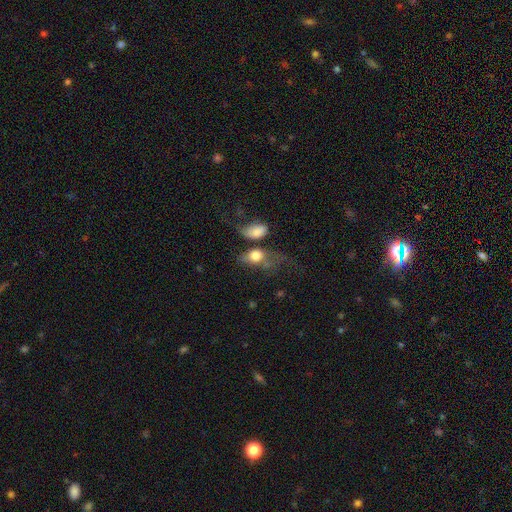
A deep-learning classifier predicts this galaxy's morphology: smooth 73%, featured or disk 19%, star or artifact 9%. Down the decision tree: how rounded — in between (74%); merging — merger (34%).